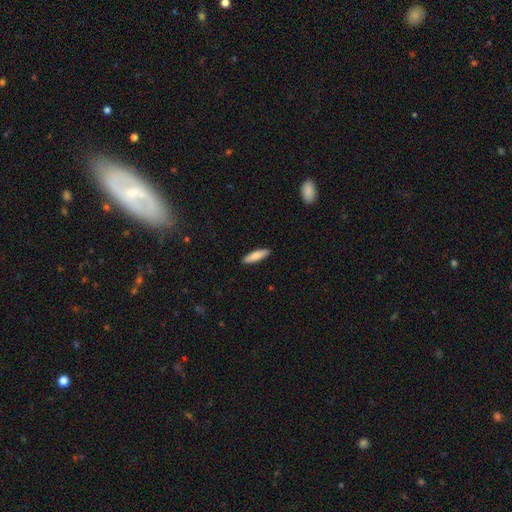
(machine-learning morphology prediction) smooth_or_featured: smooth (p=0.78) [alt: featured or disk p=0.16]
how_rounded: cigar-shaped (p=0.65) [alt: in between p=0.34]
merging: none (p=0.91) [alt: minor disturbance p=0.07]